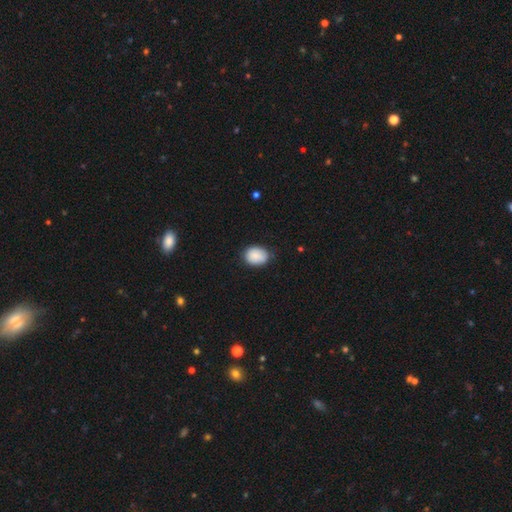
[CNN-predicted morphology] This is clearly a smooth galaxy (88%). How rounded: likely in between (61%). Merging: likely none (79%).